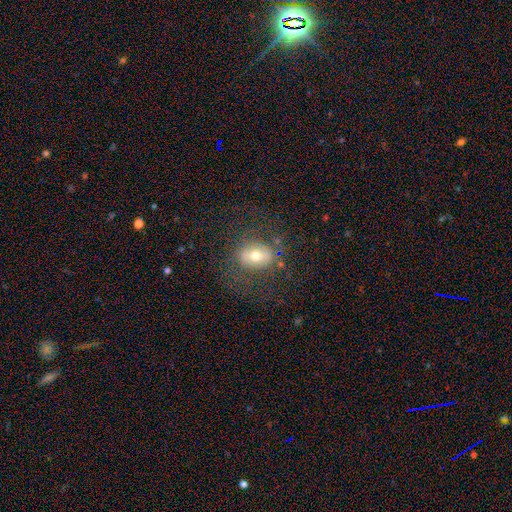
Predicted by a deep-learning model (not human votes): This is possibly a smooth galaxy (55%). How rounded: likely in between (63%). Merging: likely none (67%).